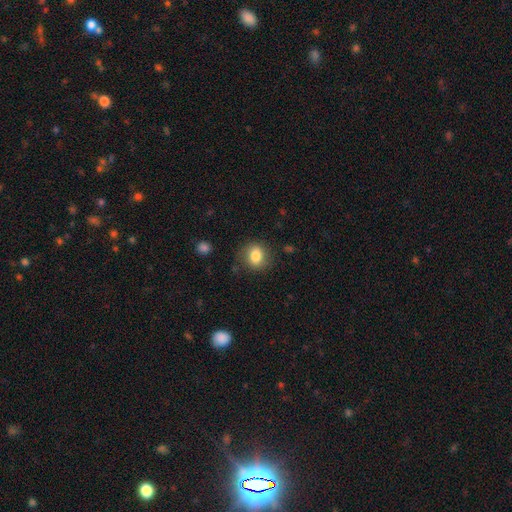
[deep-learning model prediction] Overall: smooth (82%). How rounded: round (60%; in between 39%). Merging: none (80%).